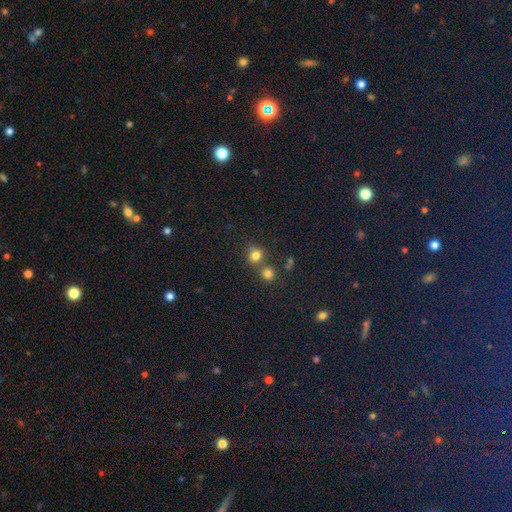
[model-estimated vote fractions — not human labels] smooth 77%, star or artifact 16%, featured or disk 7%. Down the decision tree: how rounded — round (82%); merging — none (58%).